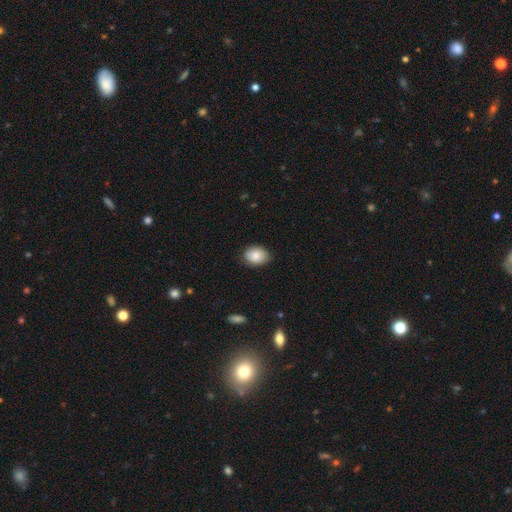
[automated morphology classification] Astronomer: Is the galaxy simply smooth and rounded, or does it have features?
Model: smooth — 84%.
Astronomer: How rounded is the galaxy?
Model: in between — 72%.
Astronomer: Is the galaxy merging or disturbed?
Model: none — 83%.